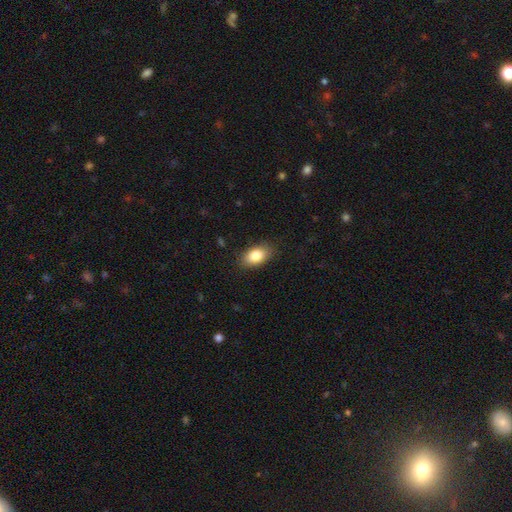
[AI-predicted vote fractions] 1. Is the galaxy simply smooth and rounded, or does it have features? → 84% smooth, 8% featured or disk, 8% star or artifact.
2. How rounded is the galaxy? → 89% in between, 9% round, 2% cigar-shaped.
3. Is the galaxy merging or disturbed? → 85% none, 12% minor disturbance, 3% major disturbance, 1% merger.